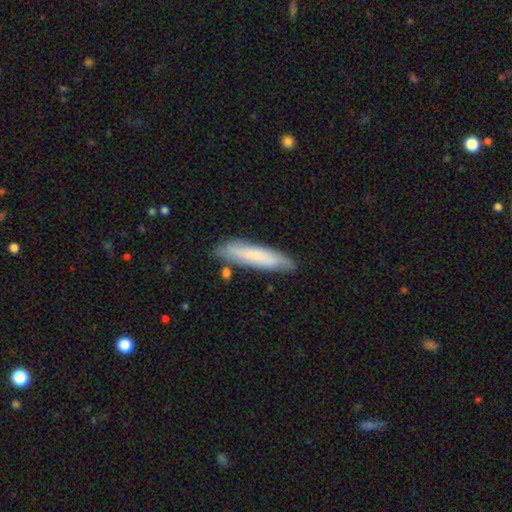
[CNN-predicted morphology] Smooth or featured?
  - smooth: 65% *
  - featured or disk: 29%
  - star or artifact: 6%
How rounded?
  - cigar-shaped: 83% *
  - in between: 16%
  - round: 1%
Merging?
  - none: 78% *
  - minor disturbance: 15%
  - merger: 4%
  - major disturbance: 3%